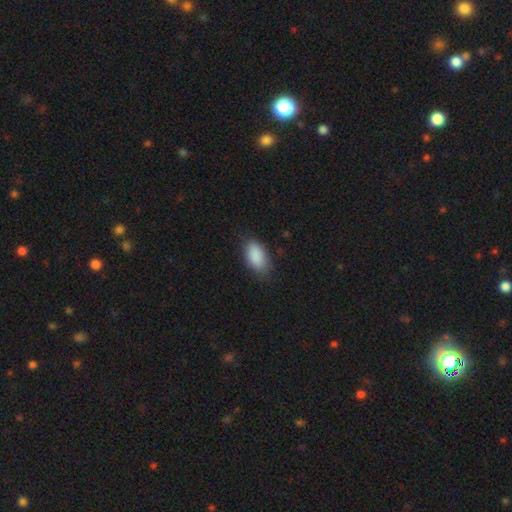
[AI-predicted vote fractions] Smooth or featured? smooth (89%)
How rounded? in between (93%)
Merging? none (80%)